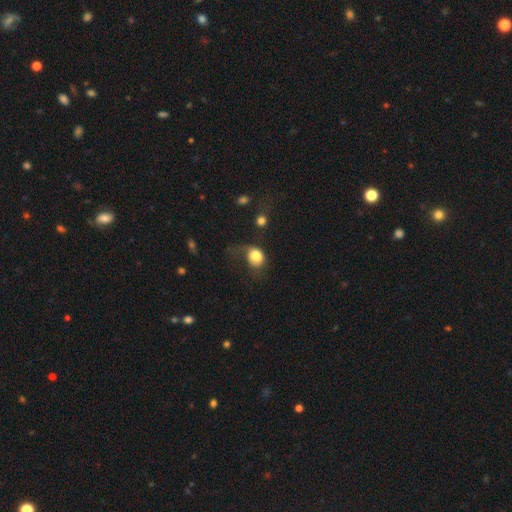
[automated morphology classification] Smooth or featured: smooth — 77% (featured or disk — 14%)
How rounded: round — 57% (in between — 42%)
Merging: major disturbance — 39% (none — 31%)